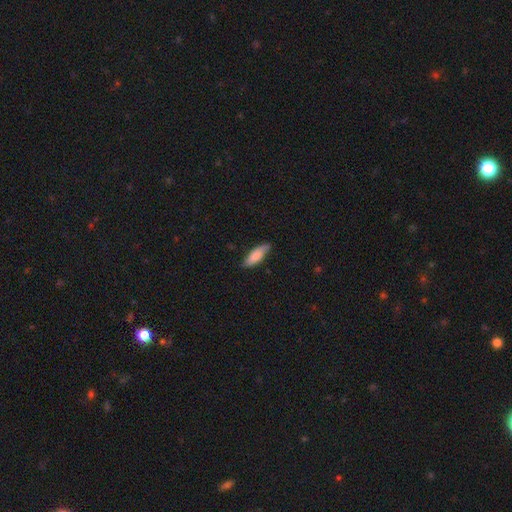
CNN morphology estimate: Q: Smooth or featured?
A: smooth (78%); runner-up: featured or disk (16%)
Q: How rounded?
A: in between (63%); runner-up: cigar-shaped (35%)
Q: Merging?
A: none (76%); runner-up: minor disturbance (20%)